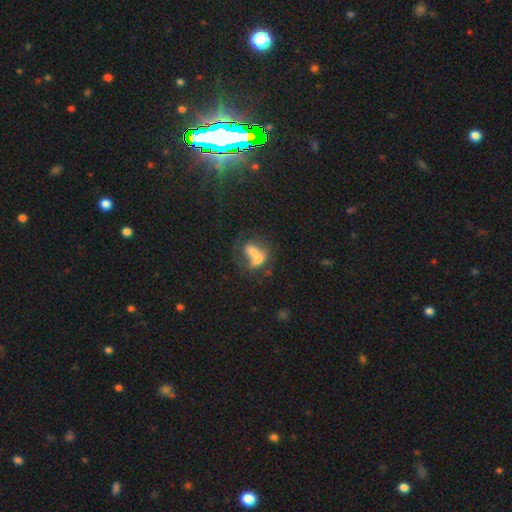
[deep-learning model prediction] smooth_or_featured: smooth (p=0.55) [alt: featured or disk p=0.34]
how_rounded: in between (p=0.69) [alt: round p=0.28]
merging: merger (p=0.67) [alt: none p=0.17]